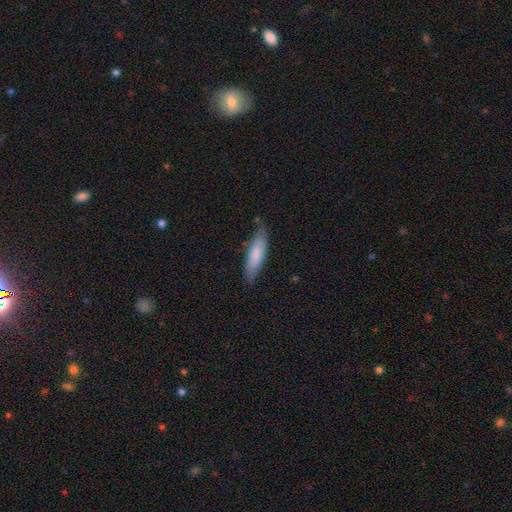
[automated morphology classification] Smooth or featured: smooth — 81% (featured or disk — 14%)
How rounded: cigar-shaped — 54% (in between — 45%)
Merging: none — 76% (minor disturbance — 19%)